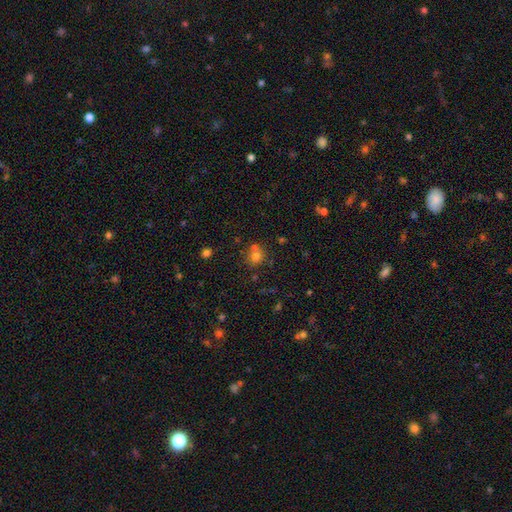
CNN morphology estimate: A smooth galaxy with no disk features (70%) that is round (83%).

Vote fractions:
- Smooth or featured? smooth: 70% / star or artifact: 19% / featured or disk: 11%
- How rounded? round: 83% / in between: 16% / cigar-shaped: 1%
- Merging? none: 59% / merger: 27% / minor disturbance: 10% / major disturbance: 4%